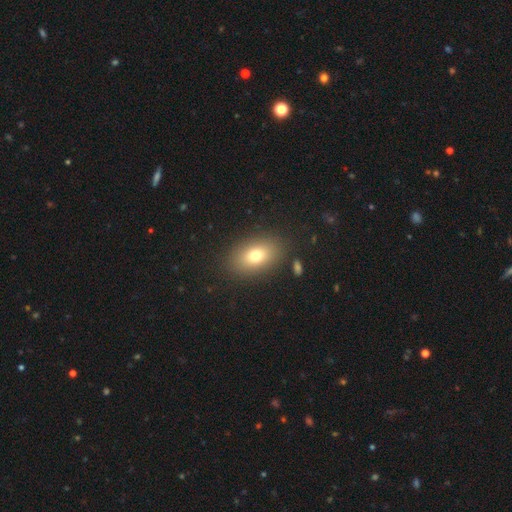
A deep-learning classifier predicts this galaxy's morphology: smooth-or-featured: smooth: 75% | featured or disk: 14% | star or artifact: 11%
  how-rounded: in between: 82% | round: 16% | cigar-shaped: 2%
  merging: none: 86% | minor disturbance: 9% | major disturbance: 4% | merger: 2%